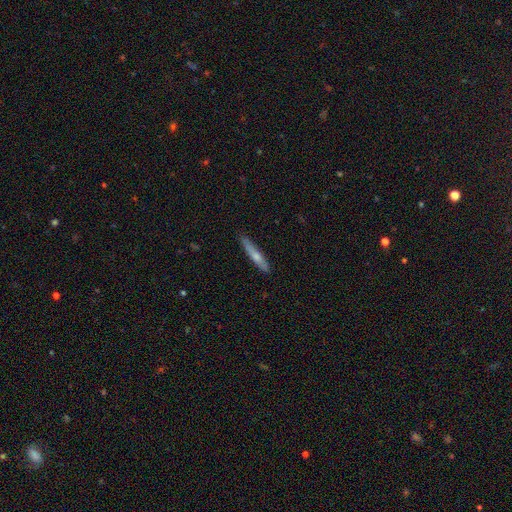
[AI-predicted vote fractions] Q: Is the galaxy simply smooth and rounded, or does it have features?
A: smooth — 55%.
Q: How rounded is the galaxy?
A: cigar-shaped — 93%.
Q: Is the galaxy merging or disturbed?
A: none — 88%.